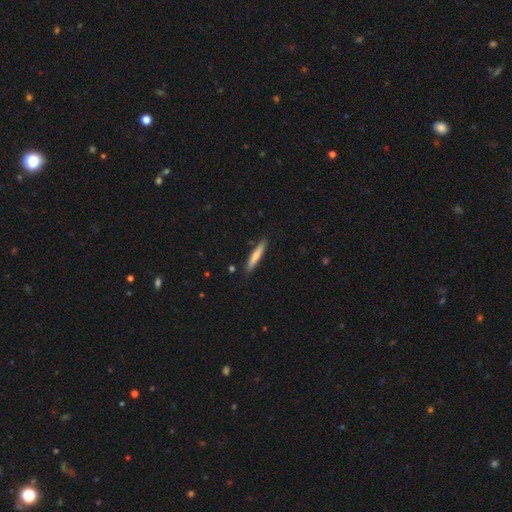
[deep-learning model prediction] This appears to be a smooth galaxy with no disk features (70%) that is cigar-shaped (91%). Merging: none (87%).